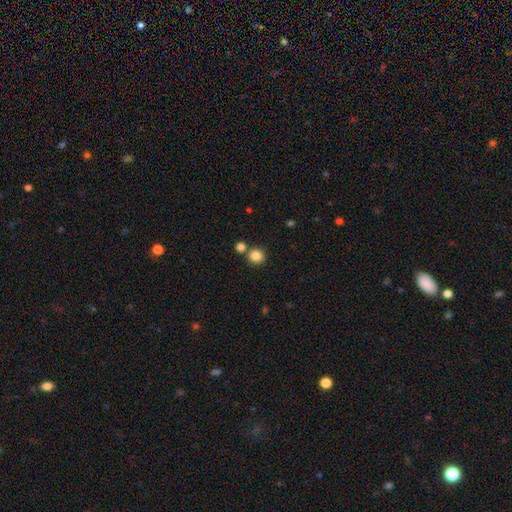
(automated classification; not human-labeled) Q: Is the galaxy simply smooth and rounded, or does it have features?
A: smooth — 85%.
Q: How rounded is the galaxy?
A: round — 90%.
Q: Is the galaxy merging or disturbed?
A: none — 74%.